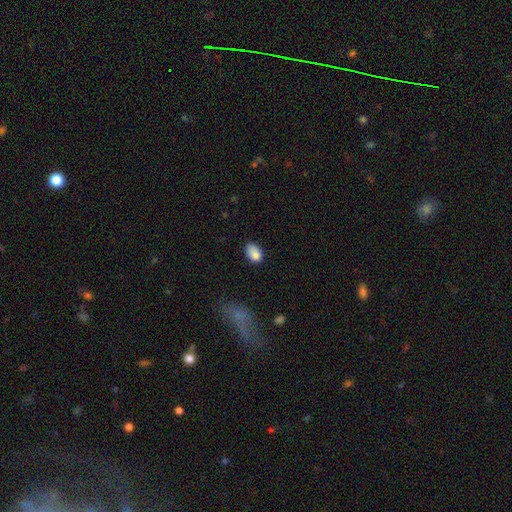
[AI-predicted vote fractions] Smooth or featured?
  - smooth: 85% *
  - star or artifact: 9%
  - featured or disk: 6%
How rounded?
  - in between: 83% *
  - round: 16%
  - cigar-shaped: 1%
Merging?
  - none: 64% *
  - minor disturbance: 27%
  - major disturbance: 6%
  - merger: 3%